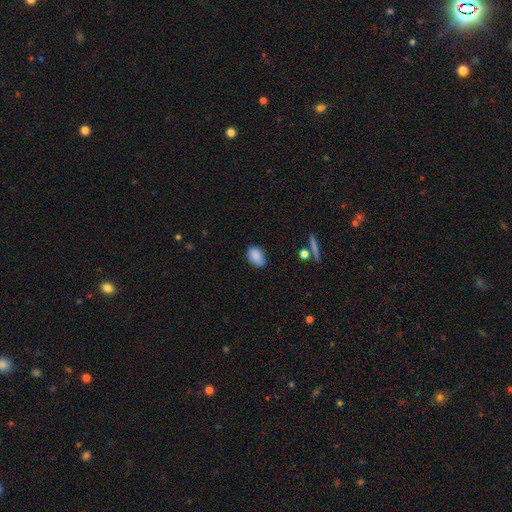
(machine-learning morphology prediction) smooth_or_featured: smooth (p=0.85) [alt: star or artifact p=0.09]
how_rounded: in between (p=0.81) [alt: round p=0.18]
merging: none (p=0.74) [alt: minor disturbance p=0.21]